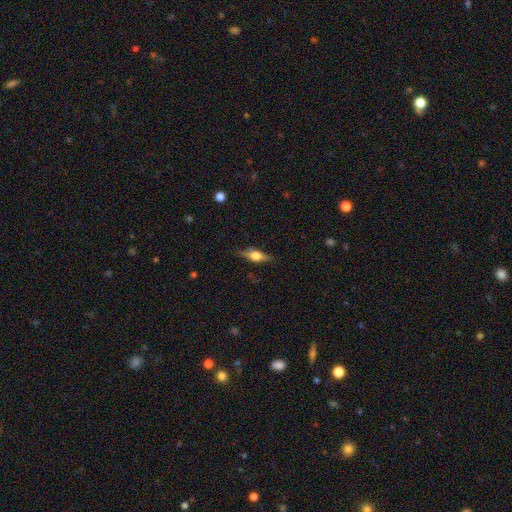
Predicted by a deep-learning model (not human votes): The model was most divided on "smooth or featured": featured or disk: 56%, smooth: 37%, star or artifact: 7%. More confident: edge-on disk — yes (94%); edge-on bulge — rounded (91%); merging — none (82%).